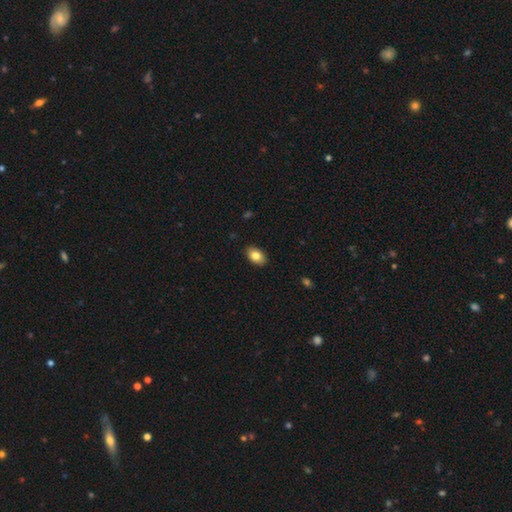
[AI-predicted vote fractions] Morphology: type=smooth (83%); roundness=in between (88%); merging=none (89%).